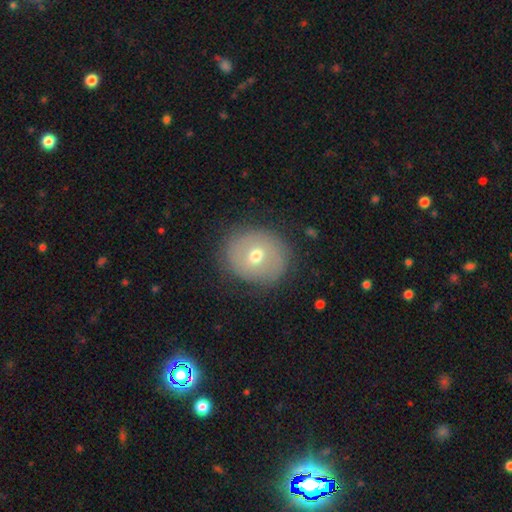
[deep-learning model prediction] A smooth galaxy with no disk features (51%) that is round (77%). Merging: none (82%).